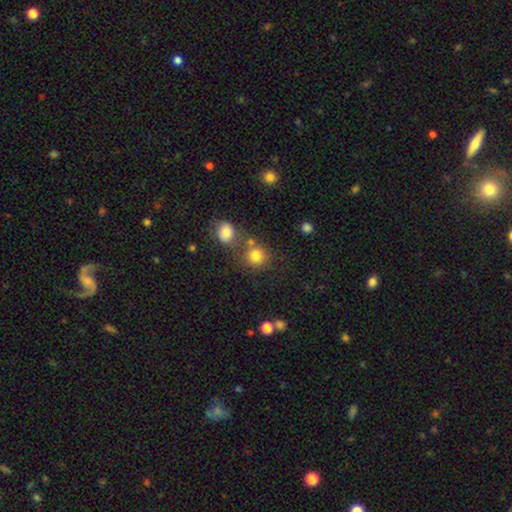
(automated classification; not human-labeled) smooth_or_featured: smooth (p=0.81) [alt: star or artifact p=0.12]
how_rounded: round (p=0.87) [alt: in between p=0.12]
merging: none (p=0.63) [alt: merger p=0.23]